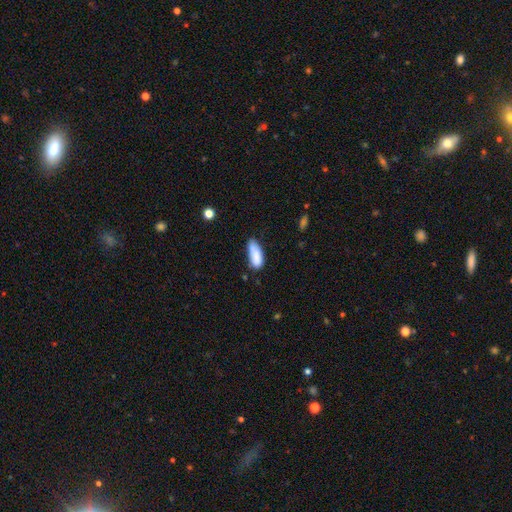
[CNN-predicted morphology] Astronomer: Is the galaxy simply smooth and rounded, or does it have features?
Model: smooth — 84%.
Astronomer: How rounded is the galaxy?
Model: in between — 72%.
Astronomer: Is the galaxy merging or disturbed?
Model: none — 57%.